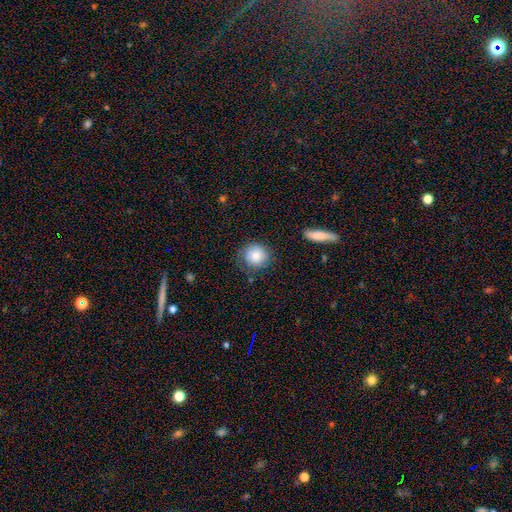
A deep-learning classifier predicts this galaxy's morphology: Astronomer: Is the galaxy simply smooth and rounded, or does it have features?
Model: smooth — 82%.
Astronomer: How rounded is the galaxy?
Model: round — 90%.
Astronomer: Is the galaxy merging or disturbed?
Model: none — 77%.